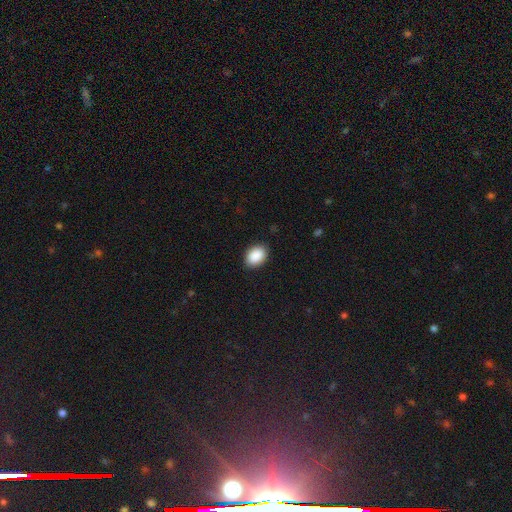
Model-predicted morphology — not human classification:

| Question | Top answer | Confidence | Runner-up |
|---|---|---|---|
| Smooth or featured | smooth | 90% | star or artifact (7%) |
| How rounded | in between | 78% | round (21%) |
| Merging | none | 88% | minor disturbance (9%) |